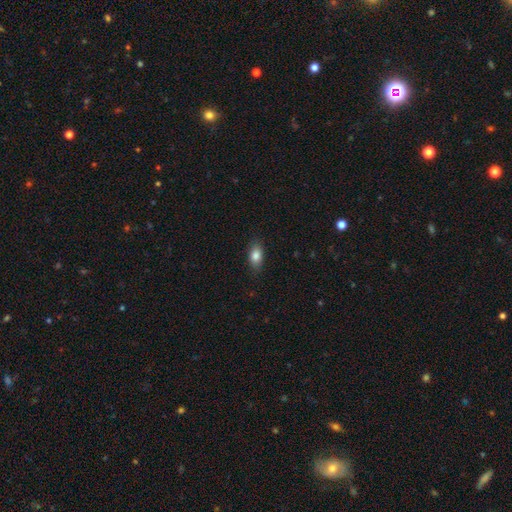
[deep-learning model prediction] Smooth or featured? smooth (84%)
How rounded? in between (87%)
Merging? none (85%)